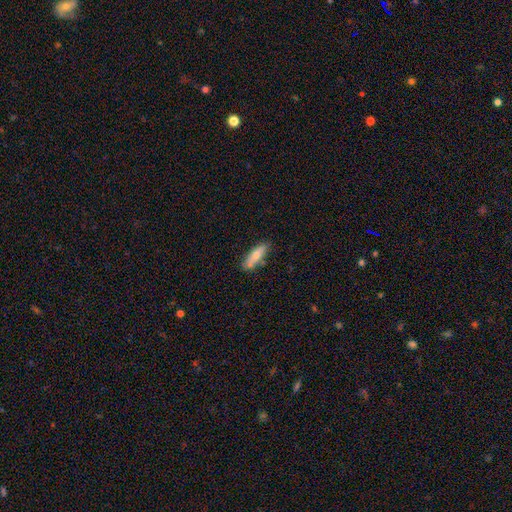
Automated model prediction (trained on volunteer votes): Overall: smooth (71%). How rounded: cigar-shaped (54%; in between 44%). Merging: none (72%).